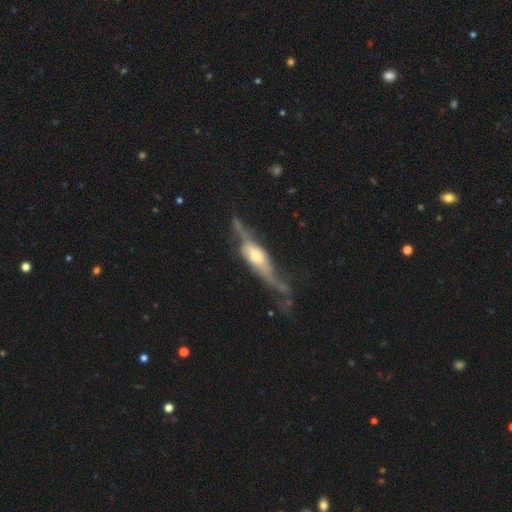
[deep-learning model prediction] smooth-or-featured: featured or disk: 71% | smooth: 23% | star or artifact: 6%
  disk-edge-on: yes: 68% | no: 32%
  merging: none: 37% | major disturbance: 32% | minor disturbance: 25% | merger: 6%